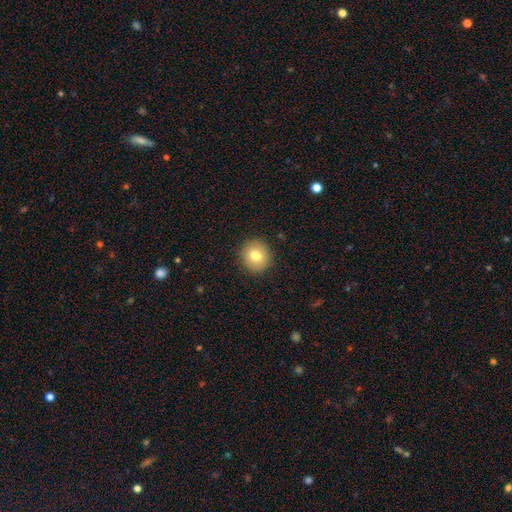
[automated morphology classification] This appears to be a smooth galaxy with no disk features (78%) that is round (89%). Merging: none (91%).